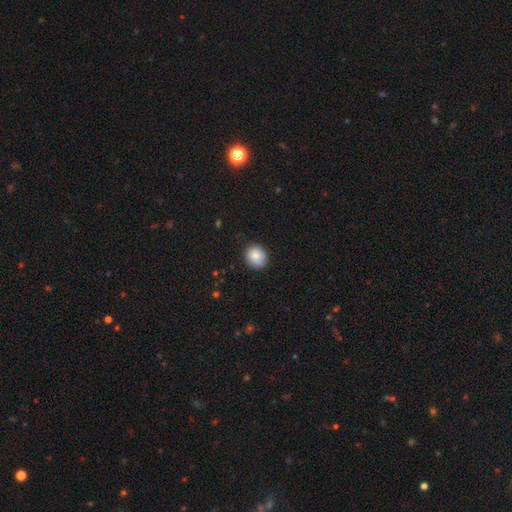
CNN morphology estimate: Smooth or featured: smooth — 84% (star or artifact — 8%)
How rounded: round — 77% (in between — 22%)
Merging: none — 81% (minor disturbance — 15%)